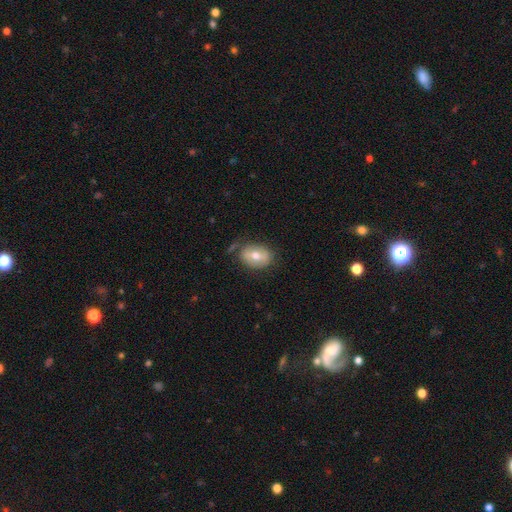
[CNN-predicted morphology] Smooth or featured: smooth — 60% (featured or disk — 33%)
How rounded: in between — 73% (round — 26%)
Merging: none — 70% (minor disturbance — 20%)